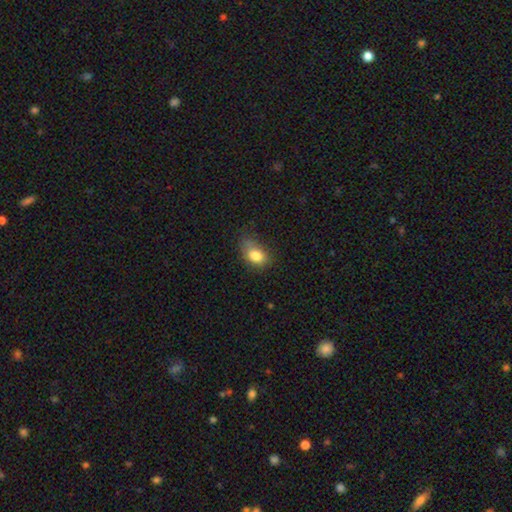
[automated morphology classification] This is clearly a smooth galaxy (81%). How rounded: likely in between (79%). Merging: possibly none (53%).